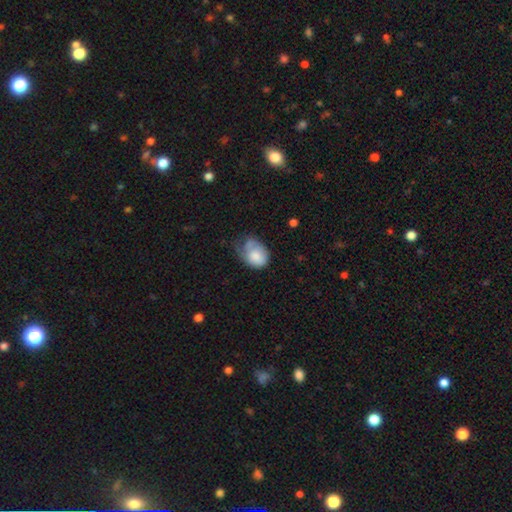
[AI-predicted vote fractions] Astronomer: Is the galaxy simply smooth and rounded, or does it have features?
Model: smooth — 73%.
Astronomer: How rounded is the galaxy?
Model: in between — 68%.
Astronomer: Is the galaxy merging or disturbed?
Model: minor disturbance — 39% (runner-up: major disturbance, 27%).